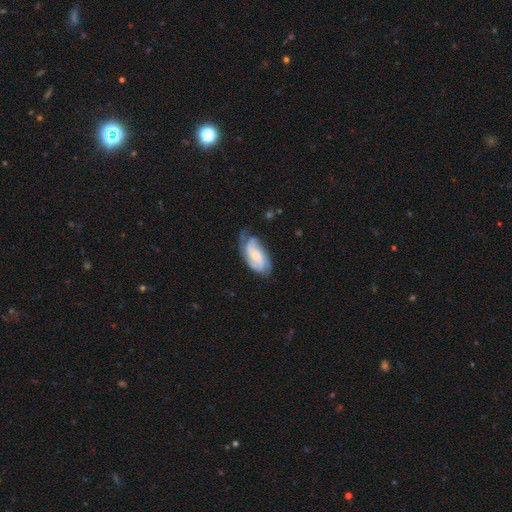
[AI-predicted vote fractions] Smooth or featured: featured or disk — 75% (smooth — 20%)
Edge-on disk: no — 96% (yes — 4%)
Bar: no — 56% (weak — 34%)
Spiral arms: yes — 95% (no — 5%)
Spiral winding: medium — 45% (tight — 37%)
Spiral arm count: 2 — 45% (3 — 27%)
Bulge size: small — 52% (moderate — 33%)
Merging: none — 59% (minor disturbance — 27%)